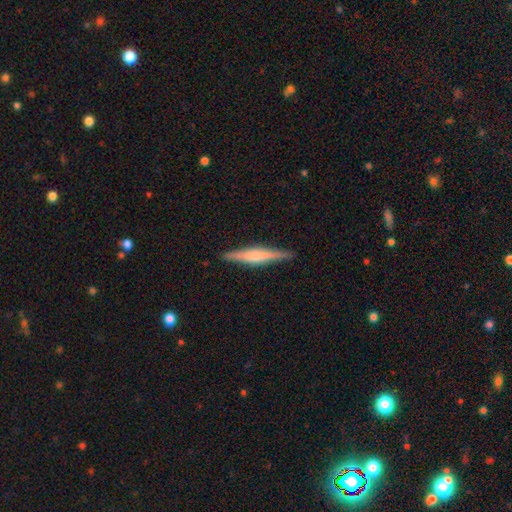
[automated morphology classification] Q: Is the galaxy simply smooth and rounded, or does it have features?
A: featured or disk — 59%.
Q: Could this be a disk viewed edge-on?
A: yes — 97%.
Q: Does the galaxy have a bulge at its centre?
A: rounded — 49%.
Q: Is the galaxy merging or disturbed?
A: none — 90%.